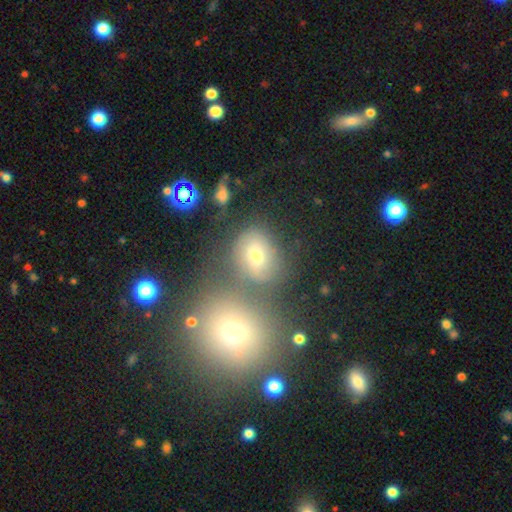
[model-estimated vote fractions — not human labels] This appears to be a smooth galaxy with no disk features (60%) that is round (60%). Merging: none (60%).